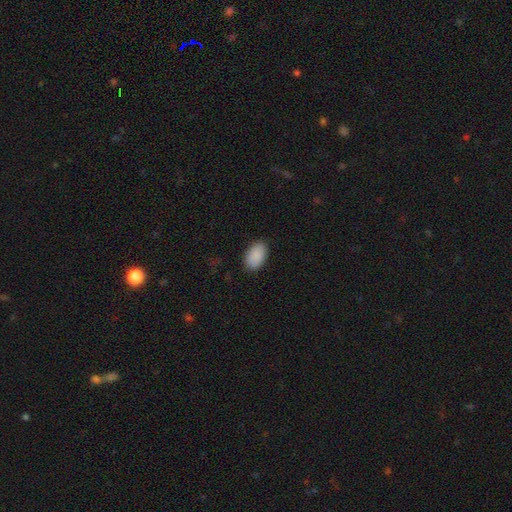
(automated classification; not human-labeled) A smooth galaxy with no disk features (90%) that is in between round and cigar-shaped (93%). Merging: none (86%).